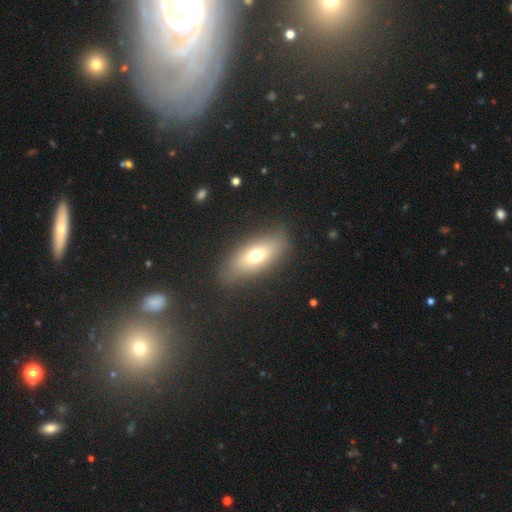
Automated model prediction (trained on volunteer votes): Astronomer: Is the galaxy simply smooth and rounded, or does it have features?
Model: smooth — 67%.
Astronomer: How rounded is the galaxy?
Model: in between — 78%.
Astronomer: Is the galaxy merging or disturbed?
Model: none — 82%.